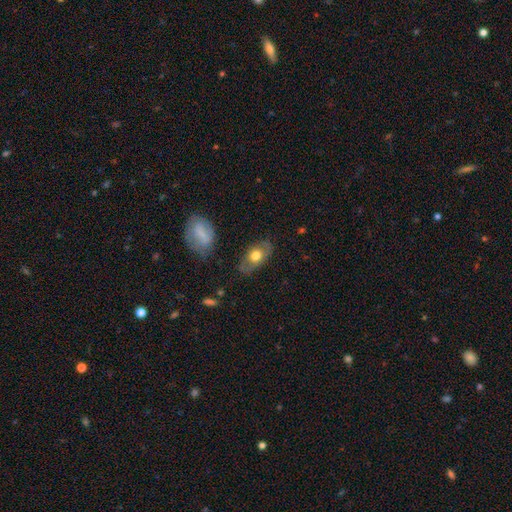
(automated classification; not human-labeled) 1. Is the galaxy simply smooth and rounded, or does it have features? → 53% smooth, 41% featured or disk, 7% star or artifact.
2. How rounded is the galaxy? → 84% in between, 12% round, 4% cigar-shaped.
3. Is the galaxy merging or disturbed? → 77% none, 16% minor disturbance, 5% major disturbance, 2% merger.